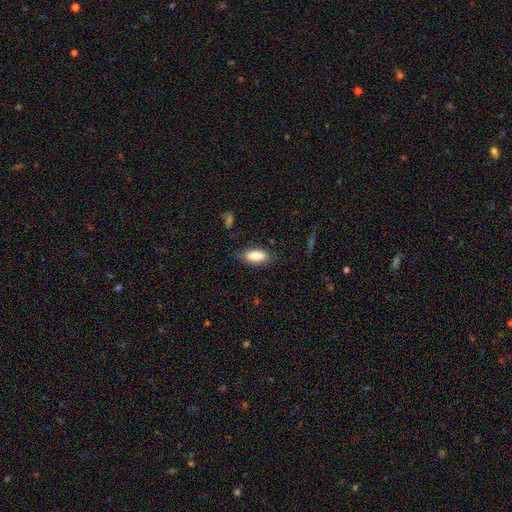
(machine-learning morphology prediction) type=smooth (82%); roundness=in between (82%); merging=none (79%).